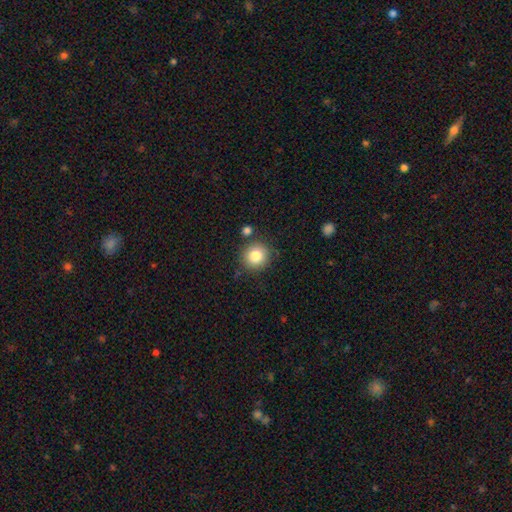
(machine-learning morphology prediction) Overall: smooth (83%). How rounded: round (91%). Merging: none (81%).